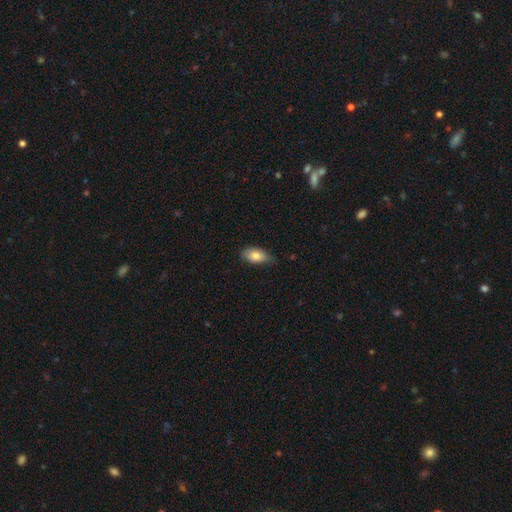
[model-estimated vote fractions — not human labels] Smooth or featured? Predicted: smooth (p=0.78). How rounded? Predicted: in between (p=0.92). Merging? Predicted: none (p=0.64).